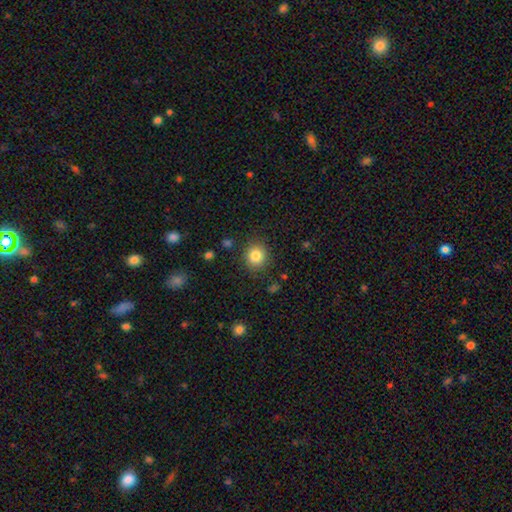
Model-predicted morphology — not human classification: Smooth or featured? smooth (83%)
How rounded? round (84%)
Merging? none (86%)